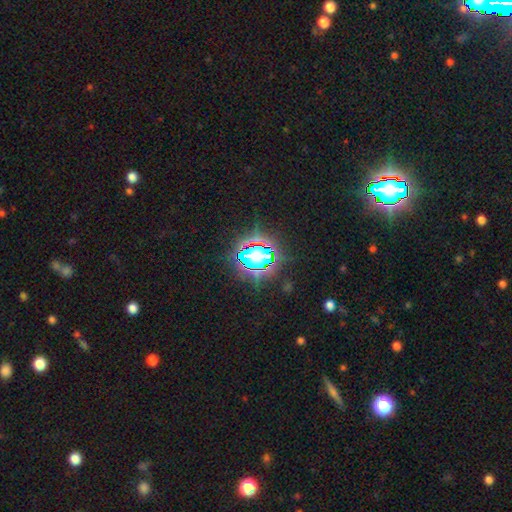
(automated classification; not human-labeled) Smooth or featured? Predicted: star or artifact (p=0.71).